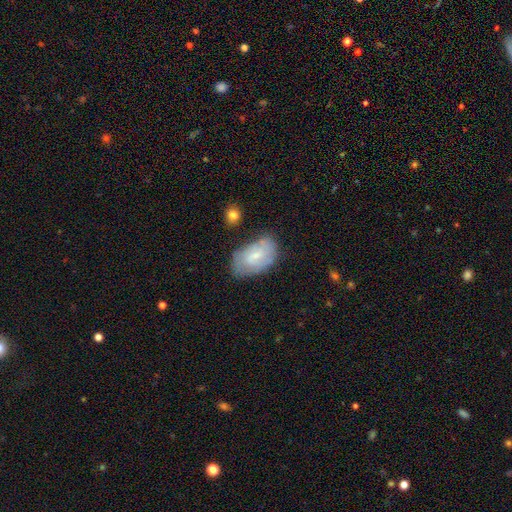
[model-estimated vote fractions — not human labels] Smooth or featured? Predicted: featured or disk (p=0.51). Edge-on disk? Predicted: no (p=0.95). Merging? Predicted: none (p=0.63).